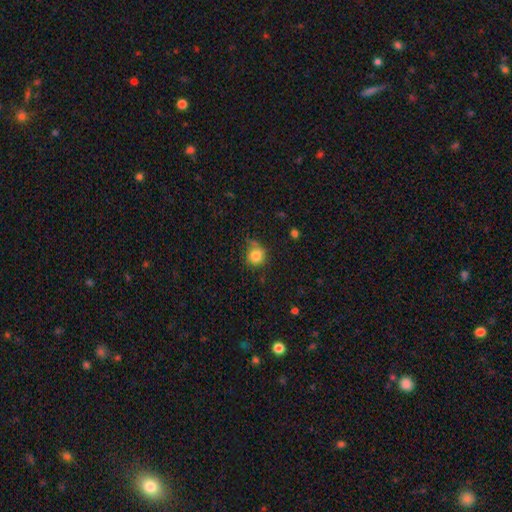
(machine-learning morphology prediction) Smooth or featured? Predicted: smooth (p=0.81). How rounded? Predicted: round (p=0.87). Merging? Predicted: none (p=0.61).